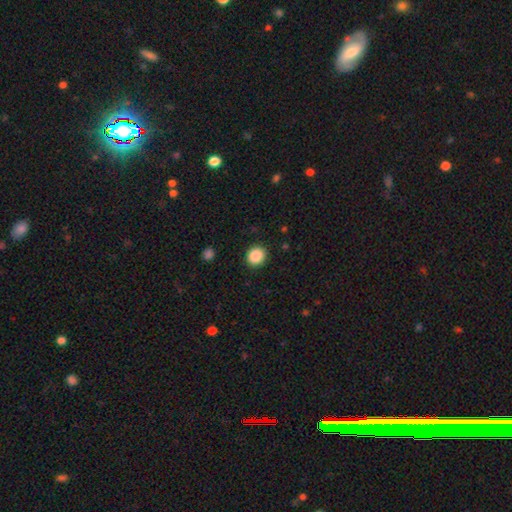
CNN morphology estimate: Smooth or featured? Predicted: smooth (p=0.88). How rounded? Predicted: round (p=0.86). Merging? Predicted: none (p=0.91).